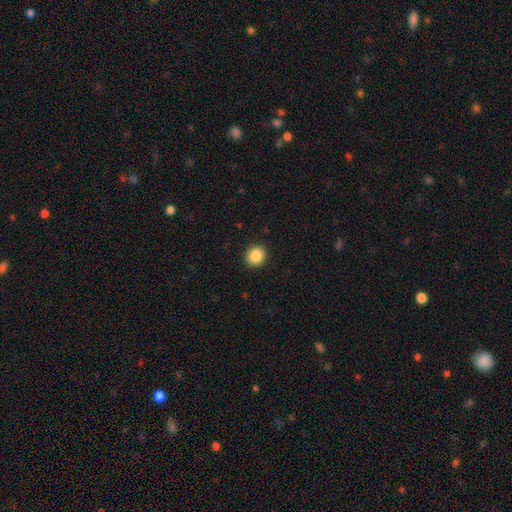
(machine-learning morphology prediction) smooth_or_featured: smooth (p=0.87) [alt: star or artifact p=0.09]
how_rounded: round (p=0.81) [alt: in between p=0.18]
merging: none (p=0.92) [alt: minor disturbance p=0.05]